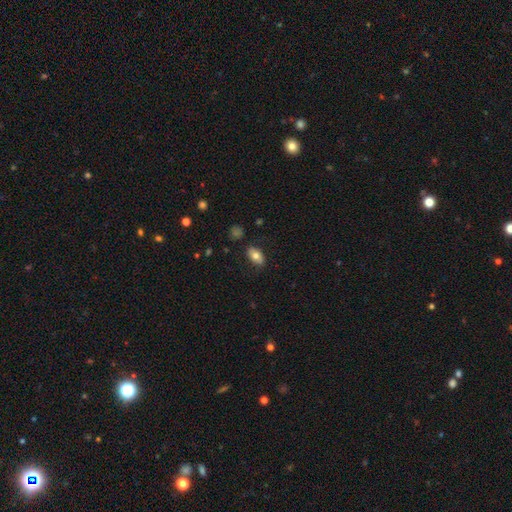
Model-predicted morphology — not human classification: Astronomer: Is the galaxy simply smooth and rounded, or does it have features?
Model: smooth — 75%.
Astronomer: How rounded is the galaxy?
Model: in between — 91%.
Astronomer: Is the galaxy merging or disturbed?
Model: none — 81%.